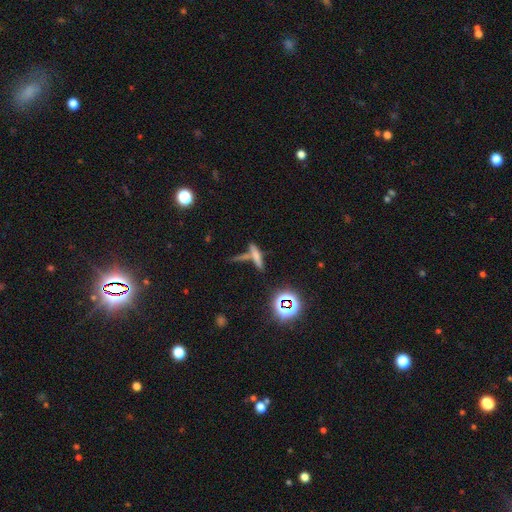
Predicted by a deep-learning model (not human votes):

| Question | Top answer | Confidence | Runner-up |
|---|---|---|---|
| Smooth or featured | smooth | 54% | featured or disk (25%) |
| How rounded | cigar-shaped | 77% | in between (18%) |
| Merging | none | 49% | merger (32%) |